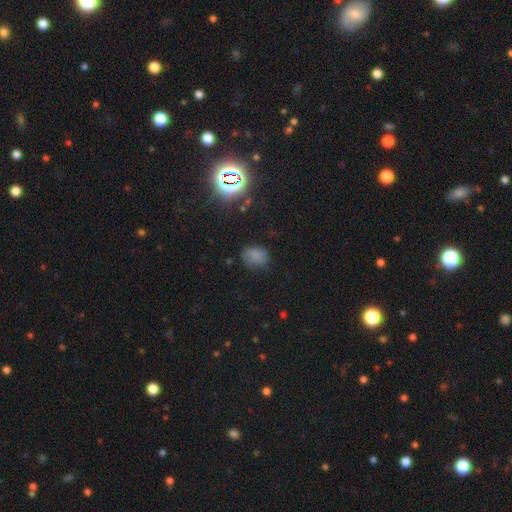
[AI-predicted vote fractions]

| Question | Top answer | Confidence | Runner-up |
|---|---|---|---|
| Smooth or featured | smooth | 71% | star or artifact (20%) |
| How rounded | in between | 56% | round (43%) |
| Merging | none | 66% | minor disturbance (24%) |